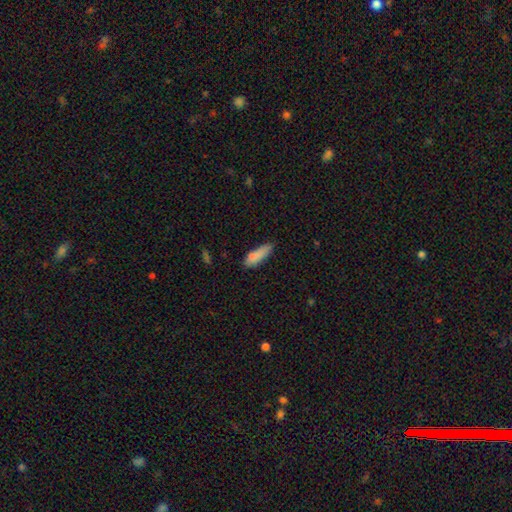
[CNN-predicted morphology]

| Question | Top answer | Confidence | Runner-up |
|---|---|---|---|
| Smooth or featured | smooth | 82% | featured or disk (10%) |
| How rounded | cigar-shaped | 50% | in between (47%) |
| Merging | none | 59% | minor disturbance (28%) |